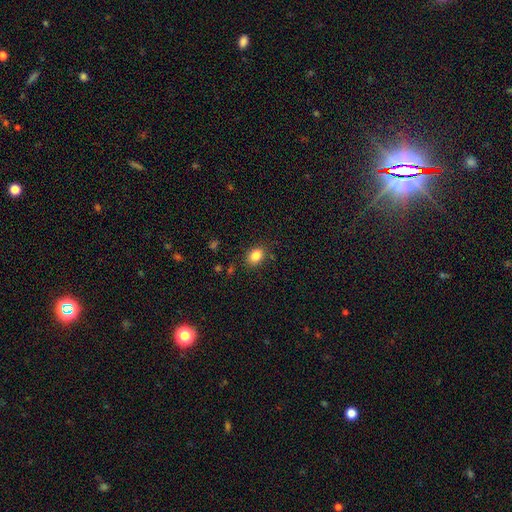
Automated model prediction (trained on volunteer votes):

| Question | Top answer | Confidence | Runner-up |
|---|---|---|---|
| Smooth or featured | smooth | 85% | star or artifact (9%) |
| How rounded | in between | 72% | round (27%) |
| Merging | none | 83% | minor disturbance (12%) |